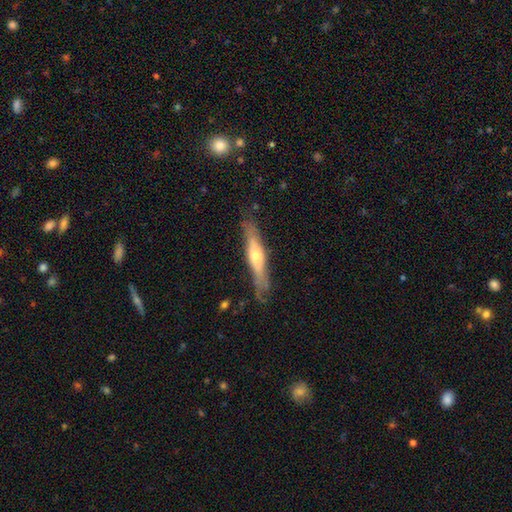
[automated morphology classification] smooth_or_featured: featured or disk (p=0.55) [alt: smooth p=0.39]
disk_edge_on: yes (p=0.84) [alt: no p=0.16]
merging: none (p=0.73) [alt: minor disturbance p=0.19]